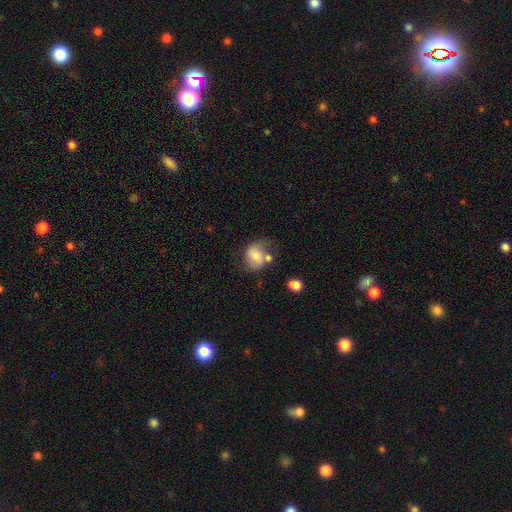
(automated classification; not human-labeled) Smooth or featured? smooth (62%)
How rounded? in between (50%)
Merging? none (41%)